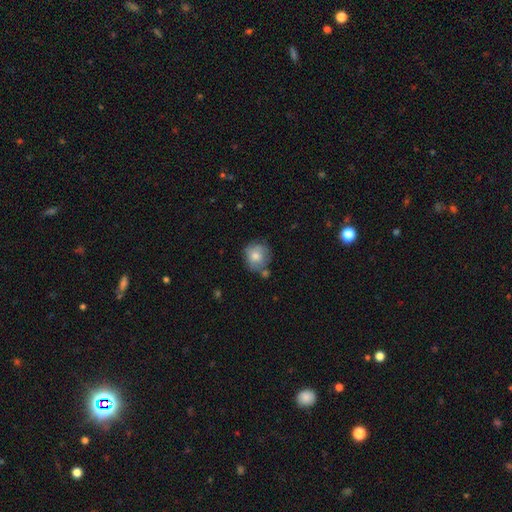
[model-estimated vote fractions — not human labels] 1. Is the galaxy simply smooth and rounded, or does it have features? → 72% smooth, 21% featured or disk, 8% star or artifact.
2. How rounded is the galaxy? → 85% round, 14% in between, 1% cigar-shaped.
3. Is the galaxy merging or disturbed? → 62% none, 22% minor disturbance, 10% merger, 6% major disturbance.